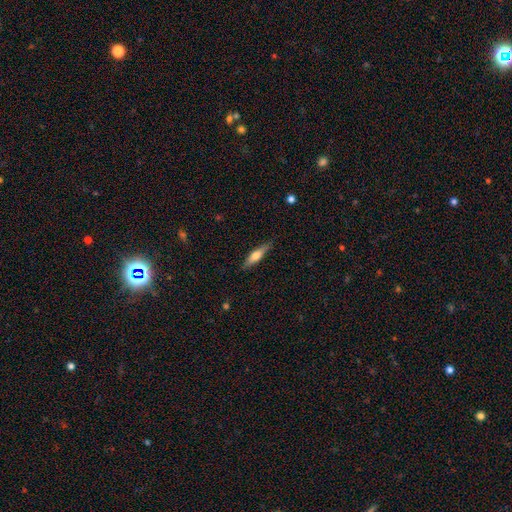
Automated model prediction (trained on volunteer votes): This is possibly a smooth galaxy (54%). How rounded: likely cigar-shaped (74%). Merging: clearly none (84%).